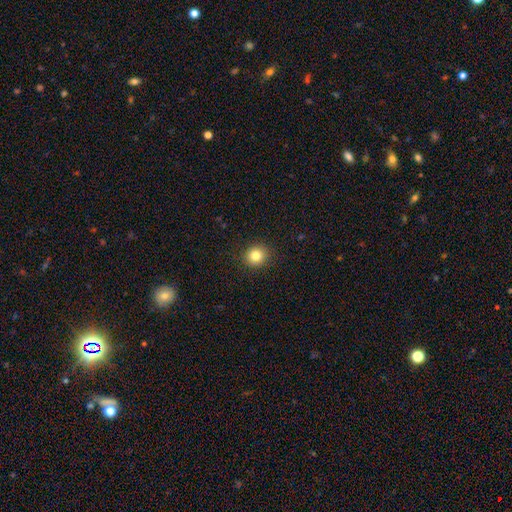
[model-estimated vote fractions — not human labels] Smooth or featured?
  - smooth: 82% *
  - star or artifact: 11%
  - featured or disk: 7%
How rounded?
  - round: 86% *
  - in between: 13%
  - cigar-shaped: 1%
Merging?
  - none: 91% *
  - minor disturbance: 6%
  - major disturbance: 2%
  - merger: 1%